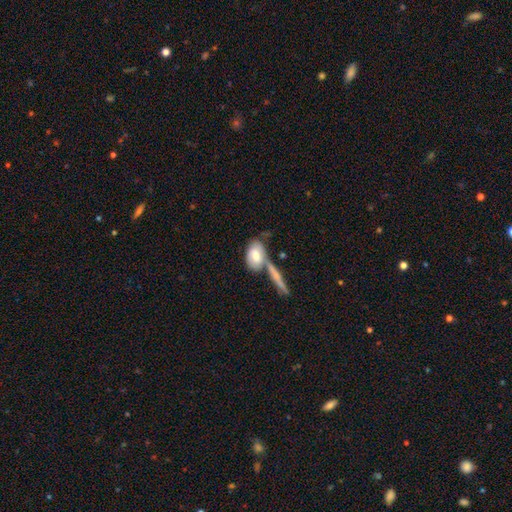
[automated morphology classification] Overall: smooth (67%; featured or disk 27%). How rounded: in between (84%). Merging: none (44%; merger 34%).